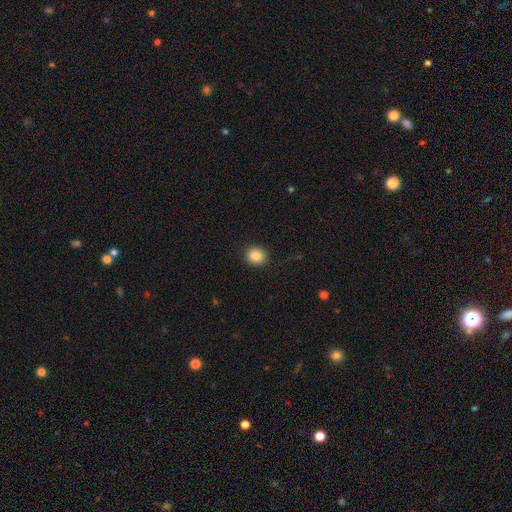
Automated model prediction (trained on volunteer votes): smooth_or_featured: smooth (p=0.86) [alt: star or artifact p=0.09]
how_rounded: round (p=0.84) [alt: in between p=0.15]
merging: none (p=0.91) [alt: minor disturbance p=0.06]